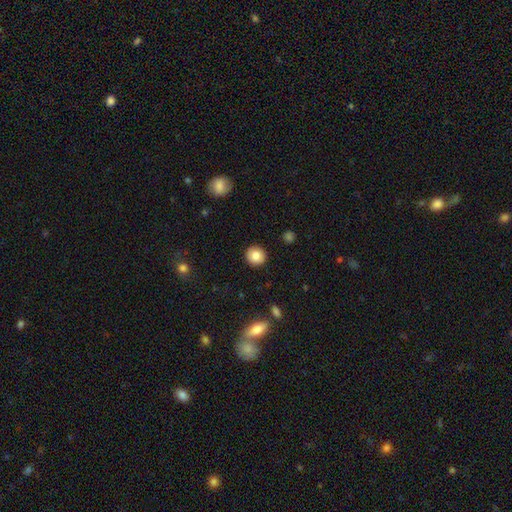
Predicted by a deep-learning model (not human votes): smooth_or_featured: smooth (p=0.84) [alt: star or artifact p=0.09]
how_rounded: round (p=0.91) [alt: in between p=0.08]
merging: none (p=0.92) [alt: minor disturbance p=0.05]